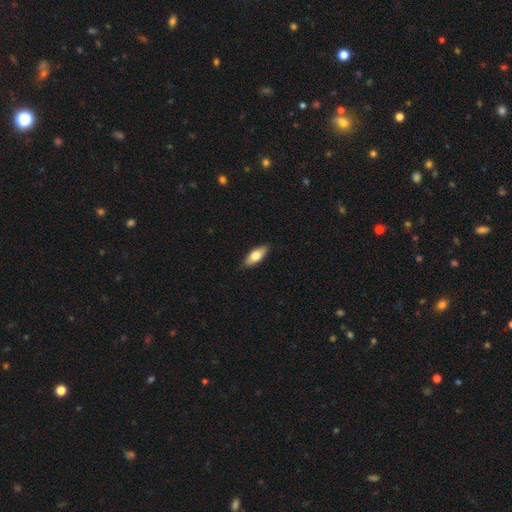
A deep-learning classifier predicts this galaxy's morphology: This appears to be a smooth galaxy with no disk features (70%) that is in between round and cigar-shaped (76%). Merging: none (88%).